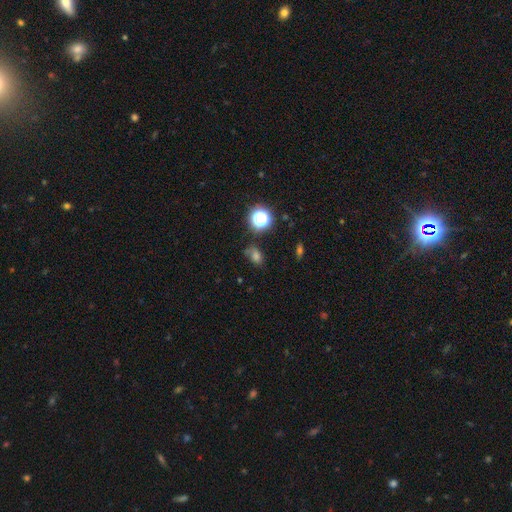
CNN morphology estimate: A smooth galaxy with no disk features (55%) that is in between round and cigar-shaped (57%).

Vote fractions:
- Smooth or featured? smooth: 55% / star or artifact: 34% / featured or disk: 12%
- How rounded? in between: 57% / round: 41% / cigar-shaped: 2%
- Merging? none: 64% / minor disturbance: 20% / major disturbance: 9% / merger: 6%